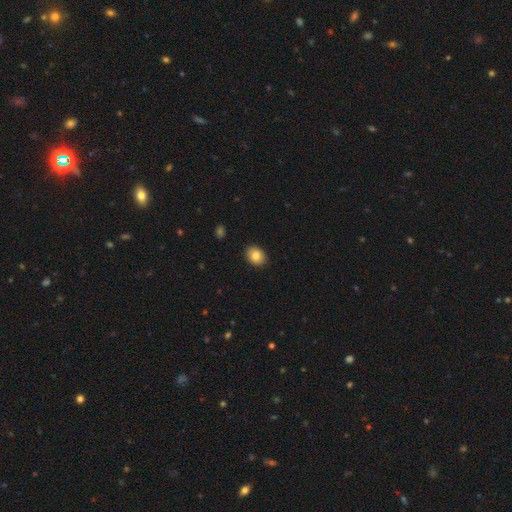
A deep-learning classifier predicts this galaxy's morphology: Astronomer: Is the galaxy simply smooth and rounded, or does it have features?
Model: smooth — 85%.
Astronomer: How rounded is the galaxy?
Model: in between — 56% (runner-up: round, 43%).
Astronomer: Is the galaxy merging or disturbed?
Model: none — 90%.